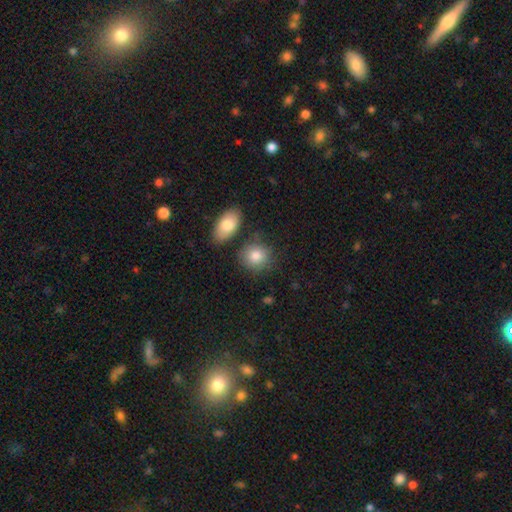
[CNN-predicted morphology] Overall: smooth (85%). How rounded: round (71%). Merging: none (73%).